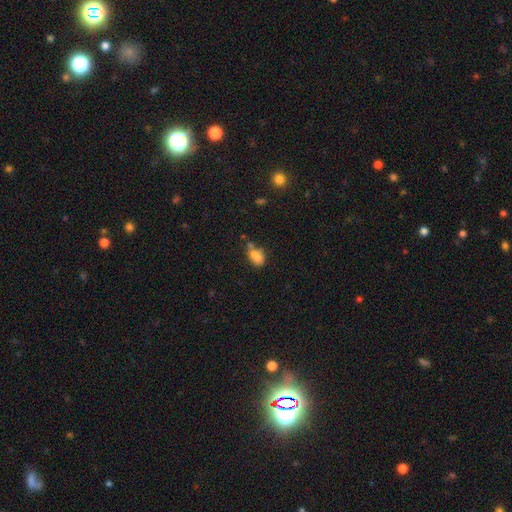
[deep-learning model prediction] Morphology: type=smooth (76%); roundness=in between (79%); merging=none (41%).